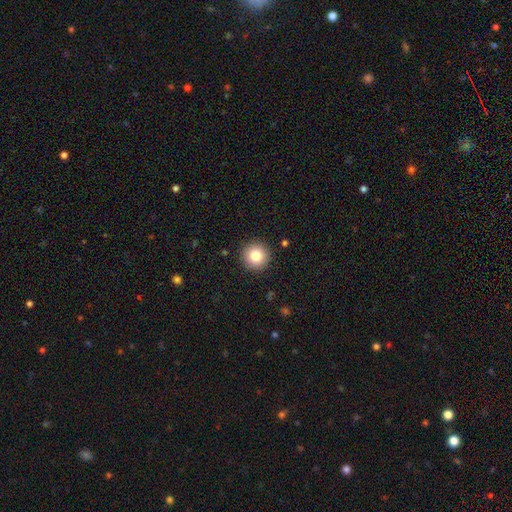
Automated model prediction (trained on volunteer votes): This appears to be a smooth galaxy with no disk features (81%) that is round (96%). Merging: none (92%).